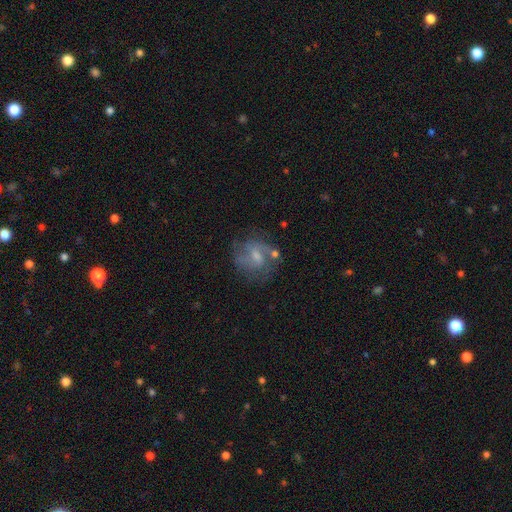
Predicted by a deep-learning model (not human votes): Overall: featured or disk (61%; smooth 30%). Edge-on disk: no (97%). Bar: weak (54%; no 30%). Spiral arms: yes (76%). Bulge size: moderate (39%; small 38%). Merging: none (58%; minor disturbance 20%).